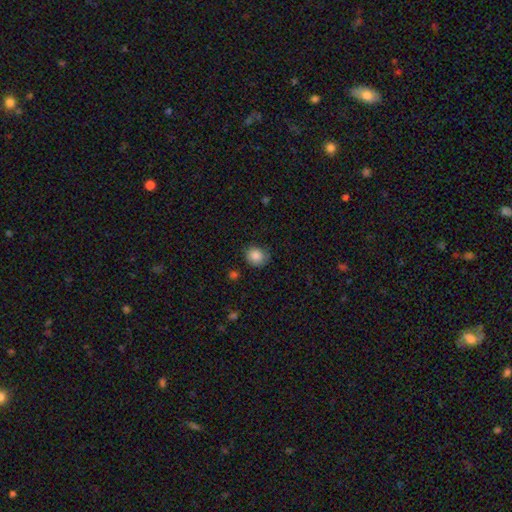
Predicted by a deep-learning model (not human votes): smooth 85%, star or artifact 9%, featured or disk 6%. Down the decision tree: how rounded — round (74%); merging — none (75%).